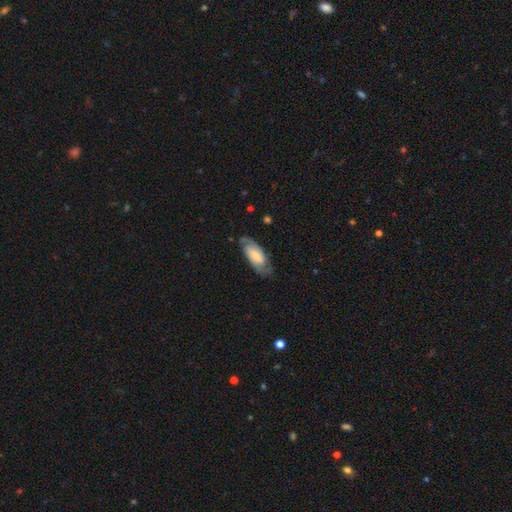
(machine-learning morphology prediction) Smooth or featured: featured or disk — 68% (smooth — 26%)
Edge-on disk: no — 92% (yes — 8%)
Bar: weak — 41% (no — 40%)
Spiral arms: yes — 91% (no — 9%)
Spiral winding: medium — 43% (tight — 42%)
Spiral arm count: 2 — 84% (can't tell — 10%)
Bulge size: small — 46% (moderate — 37%)
Merging: none — 76% (minor disturbance — 16%)